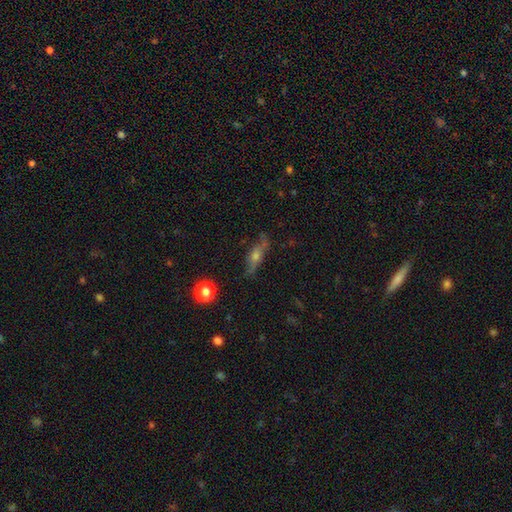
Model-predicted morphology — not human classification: Q: Smooth or featured?
A: featured or disk (55%); runner-up: smooth (32%)
Q: Edge-on disk?
A: yes (75%); runner-up: no (25%)
Q: Merging?
A: none (73%); runner-up: minor disturbance (18%)